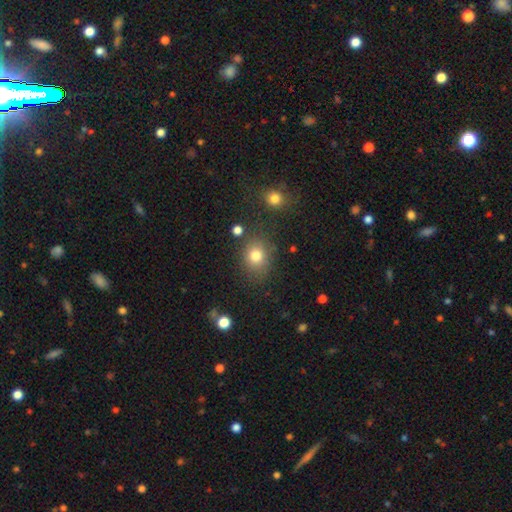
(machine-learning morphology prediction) This is likely a smooth galaxy (79%). How rounded: likely round (67%). Merging: likely none (79%).